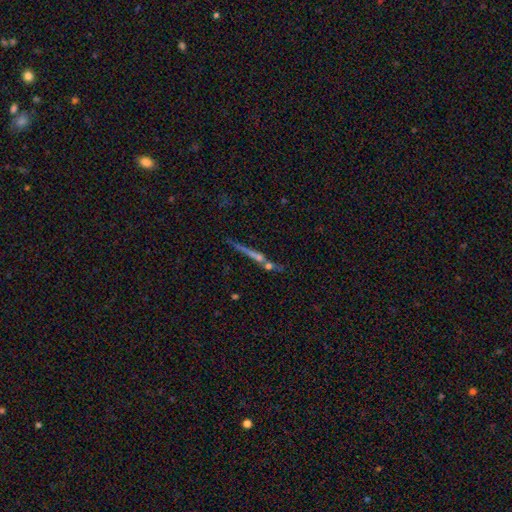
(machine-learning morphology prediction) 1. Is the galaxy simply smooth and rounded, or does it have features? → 53% featured or disk, 27% smooth, 21% star or artifact.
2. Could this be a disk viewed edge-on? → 90% yes, 10% no.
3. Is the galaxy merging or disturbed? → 69% none, 15% merger, 10% minor disturbance, 5% major disturbance.